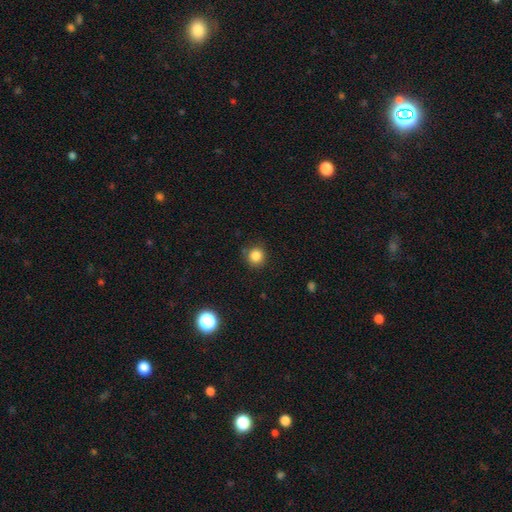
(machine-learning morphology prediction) A smooth galaxy with no disk features (84%) that is round (93%). Merging: none (85%).